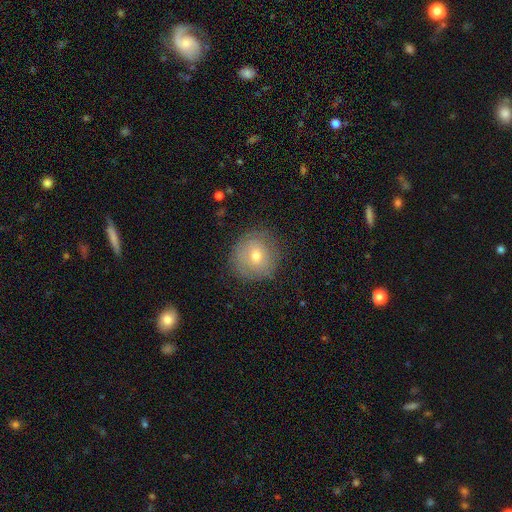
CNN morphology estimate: smooth 58%, featured or disk 32%, star or artifact 10%. Down the decision tree: how rounded — round (91%); merging — none (80%).